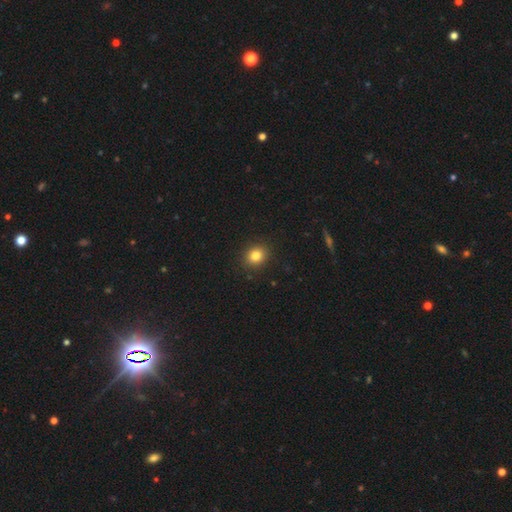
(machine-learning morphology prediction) This appears to be a smooth galaxy with no disk features (83%) that is round (71%). Merging: none (90%).